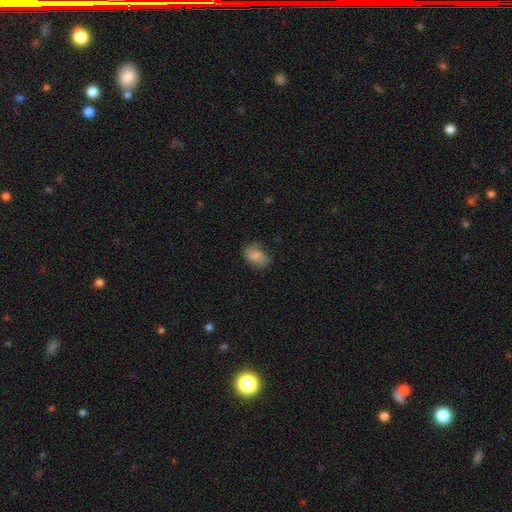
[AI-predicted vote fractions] Smooth or featured? smooth (77%)
How rounded? in between (79%)
Merging? none (62%)